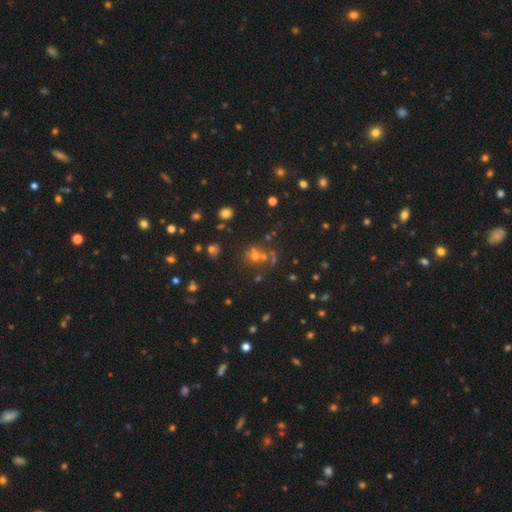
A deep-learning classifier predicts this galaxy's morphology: smooth_or_featured: smooth (p=0.45) [alt: star or artifact p=0.41]
merging: none (p=0.53) [alt: merger p=0.29]